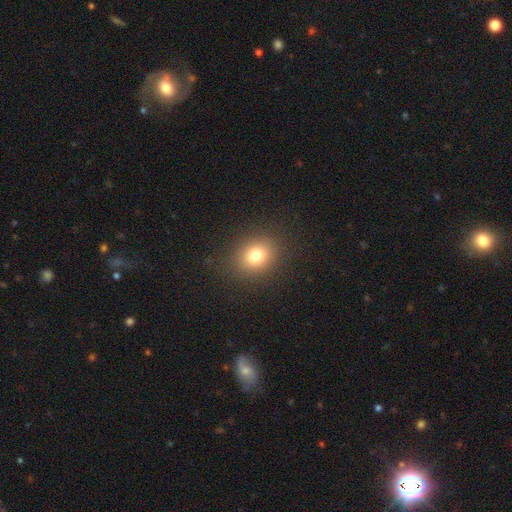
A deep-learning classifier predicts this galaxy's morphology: Q: Smooth or featured?
A: smooth (78%); runner-up: star or artifact (14%)
Q: How rounded?
A: round (66%); runner-up: in between (33%)
Q: Merging?
A: none (88%); runner-up: minor disturbance (8%)